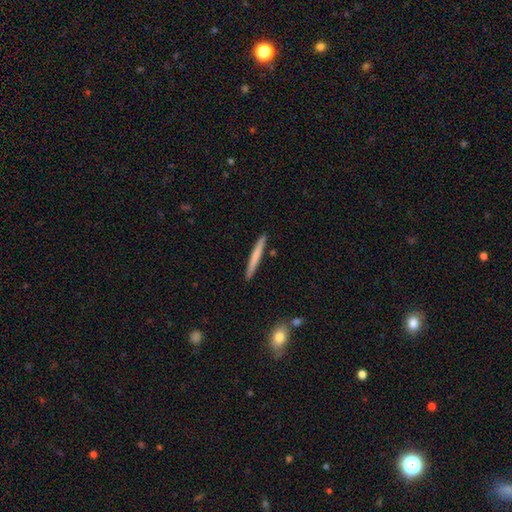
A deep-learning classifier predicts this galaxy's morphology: Smooth or featured? Predicted: smooth (p=0.67). How rounded? Predicted: cigar-shaped (p=0.97). Merging? Predicted: none (p=0.90).